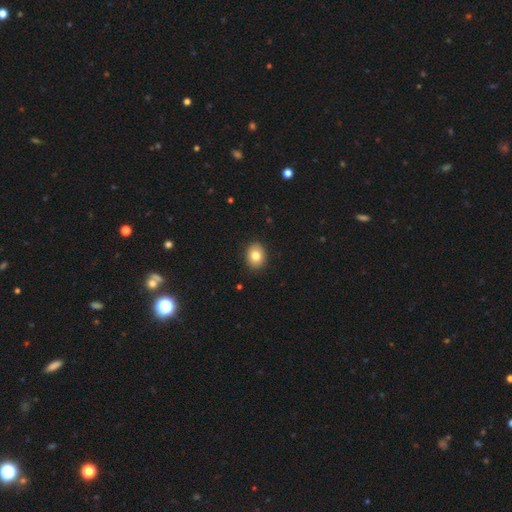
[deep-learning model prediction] smooth_or_featured: smooth (p=0.80) [alt: featured or disk p=0.10]
how_rounded: in between (p=0.51) [alt: round p=0.48]
merging: none (p=0.90) [alt: minor disturbance p=0.07]